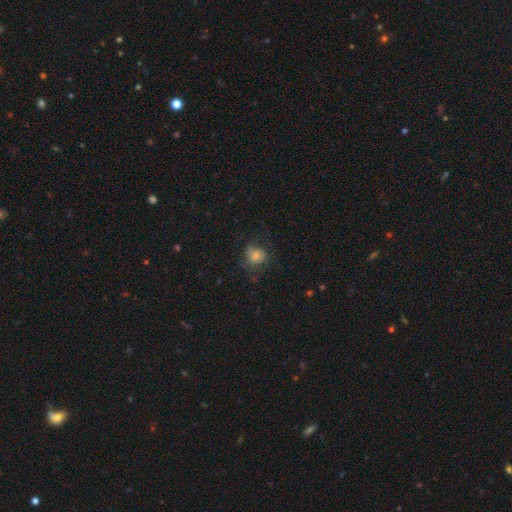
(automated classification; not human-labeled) Overall: smooth (60%; featured or disk 28%). How rounded: round (75%). Merging: none (55%; minor disturbance 23%).